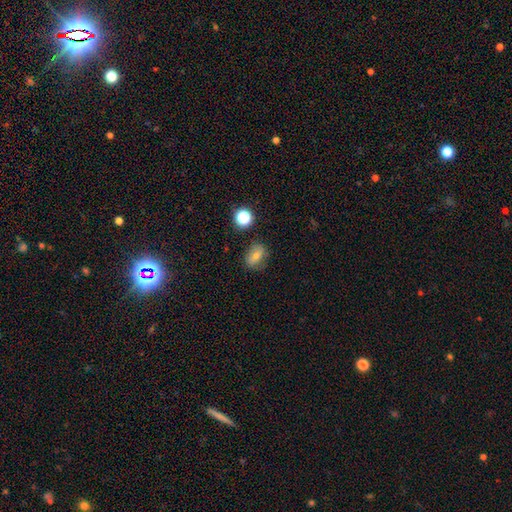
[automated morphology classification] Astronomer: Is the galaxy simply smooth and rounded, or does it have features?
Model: smooth — 67%.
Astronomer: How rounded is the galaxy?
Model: in between — 70%.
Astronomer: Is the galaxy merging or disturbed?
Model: none — 75%.